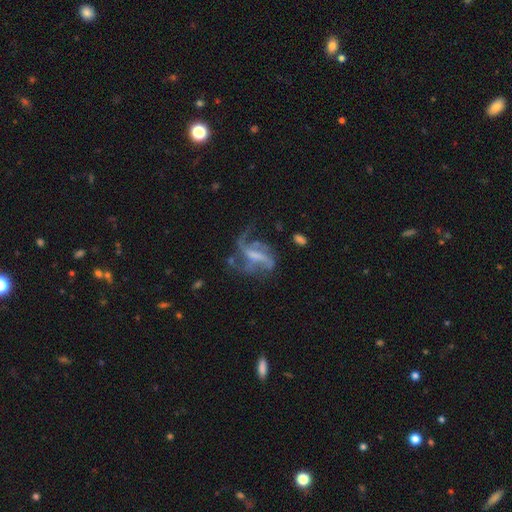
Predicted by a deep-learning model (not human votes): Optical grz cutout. It shows a featured or disk galaxy (78%) with a weak bar (38%), 3 (31%) loose (54%) spiral arms (84%) and no central bulge (39%). Merging: none (39%, tied with major disturbance).